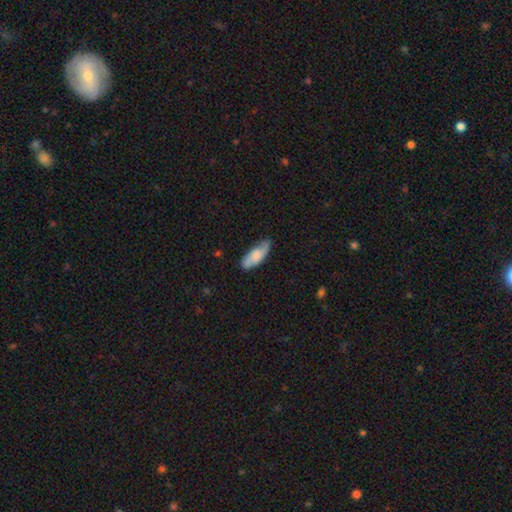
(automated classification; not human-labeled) Overall: smooth (64%; featured or disk 29%). How rounded: in between (72%). Merging: none (67%).